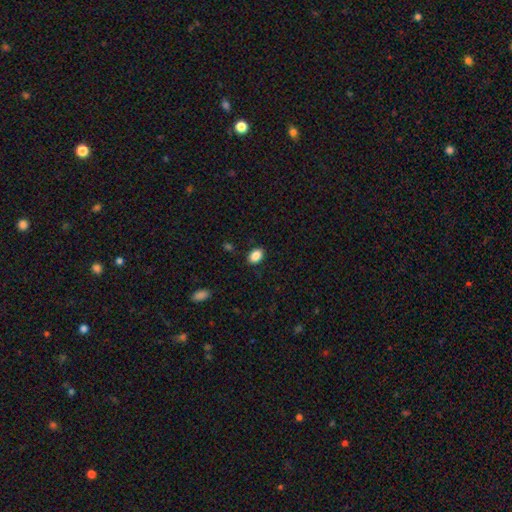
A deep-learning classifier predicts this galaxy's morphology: Smooth or featured: smooth — 88% (star or artifact — 9%)
How rounded: in between — 83% (round — 15%)
Merging: none — 88% (minor disturbance — 9%)